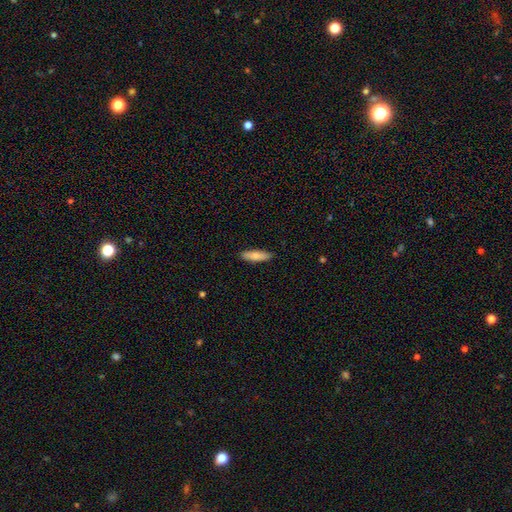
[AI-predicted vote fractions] Overall: smooth (81%). How rounded: cigar-shaped (57%; in between 41%). Merging: none (88%).